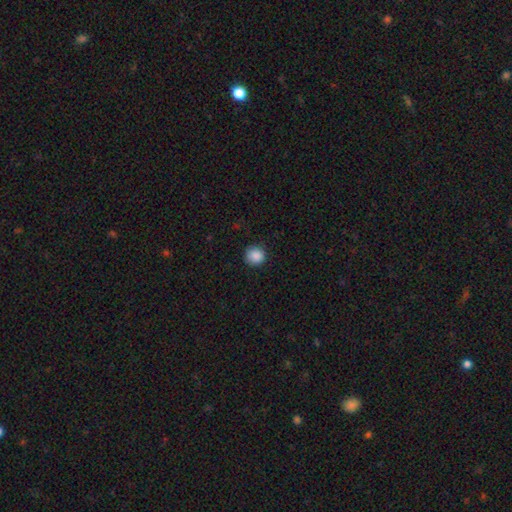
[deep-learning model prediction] Smooth or featured: smooth — 88% (star or artifact — 9%)
How rounded: round — 93% (in between — 6%)
Merging: none — 89% (minor disturbance — 8%)